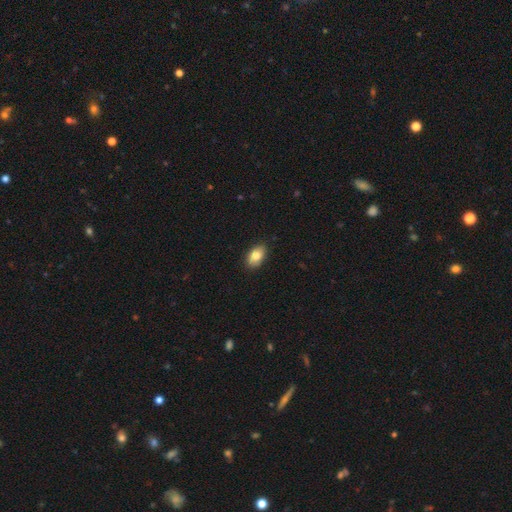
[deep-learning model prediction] Smooth or featured? Predicted: smooth (p=0.84). How rounded? Predicted: in between (p=0.90). Merging? Predicted: none (p=0.88).